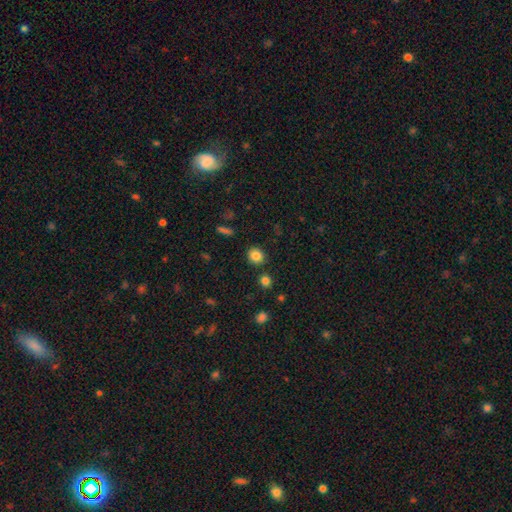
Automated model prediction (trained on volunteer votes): smooth-or-featured: smooth: 84% | star or artifact: 11% | featured or disk: 5%
  how-rounded: round: 74% | in between: 25% | cigar-shaped: 1%
  merging: none: 85% | minor disturbance: 8% | merger: 5% | major disturbance: 2%